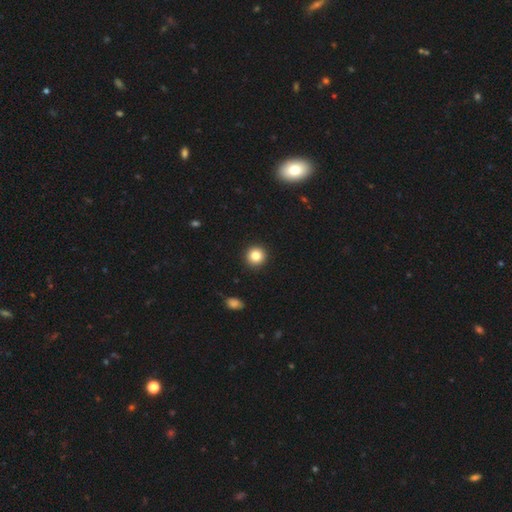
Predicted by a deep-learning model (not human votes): Smooth or featured: smooth — 83% (star or artifact — 11%)
How rounded: round — 95% (in between — 4%)
Merging: none — 93% (minor disturbance — 4%)